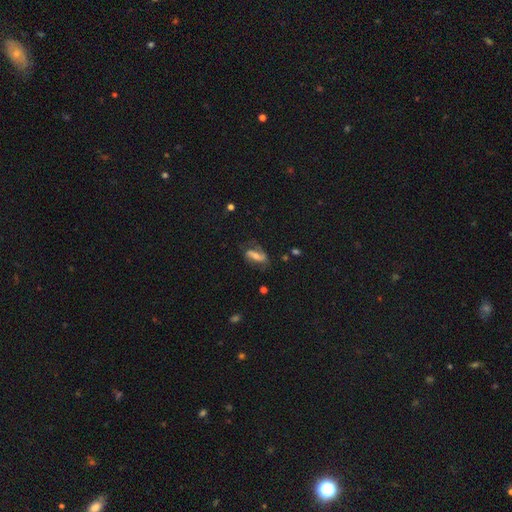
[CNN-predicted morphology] A featured or disk galaxy (60%) with a strong bar (42%), spiral arms (80%) and a moderate central bulge (45%). Merging: none (58%).